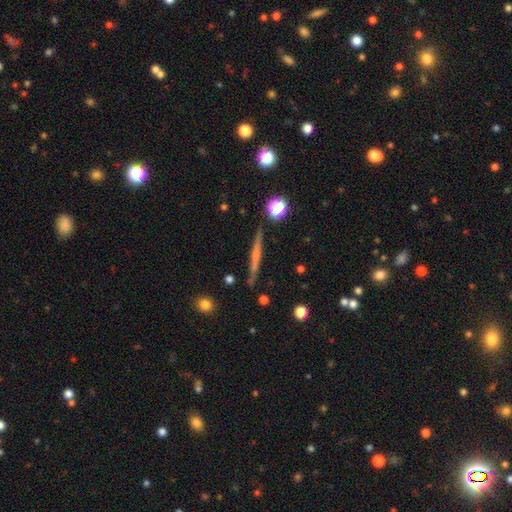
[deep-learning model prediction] This is possibly a featured or disk galaxy (54%). It is clearly viewed edge-on (96%). Edge-on bulge: likely none (69%). Merging: clearly none (88%).